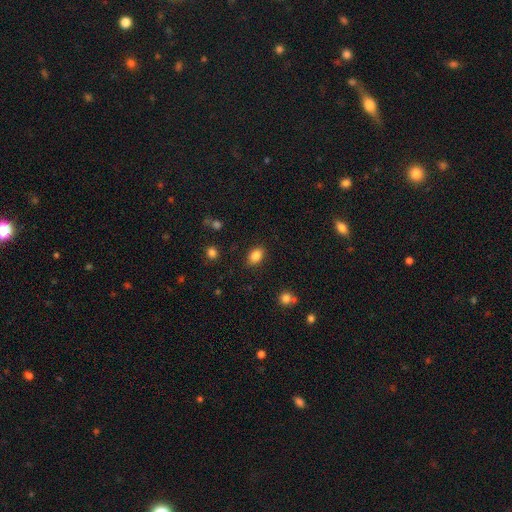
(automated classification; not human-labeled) smooth_or_featured: smooth (p=0.85) [alt: star or artifact p=0.09]
how_rounded: in between (p=0.82) [alt: round p=0.16]
merging: none (p=0.85) [alt: minor disturbance p=0.10]